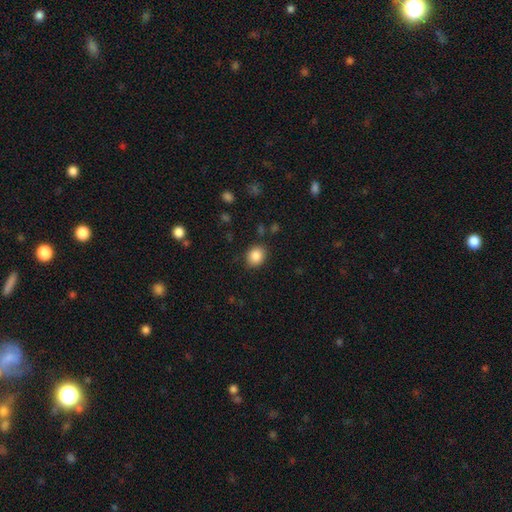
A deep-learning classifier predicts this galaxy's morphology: This is clearly a smooth galaxy (86%). How rounded: likely round (62%). Merging: clearly none (85%).